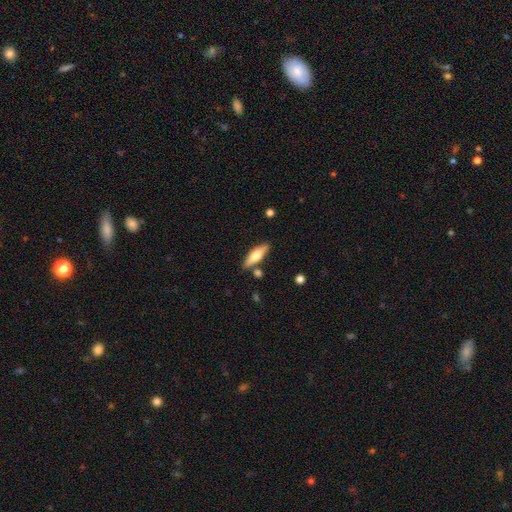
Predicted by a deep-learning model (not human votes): Smooth or featured? Predicted: smooth (p=0.50). Merging? Predicted: none (p=0.82).